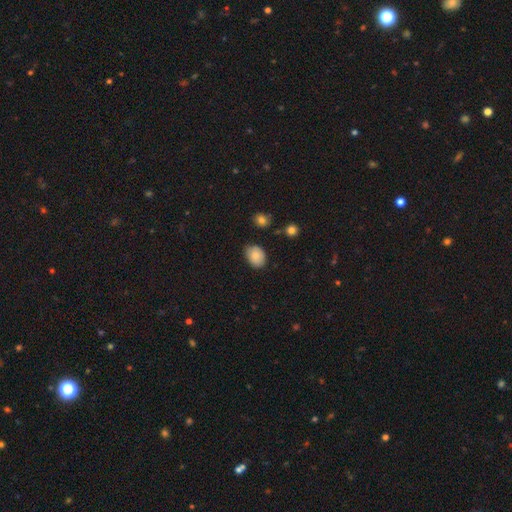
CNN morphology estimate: Smooth or featured? smooth (83%)
How rounded? in between (68%)
Merging? none (77%)